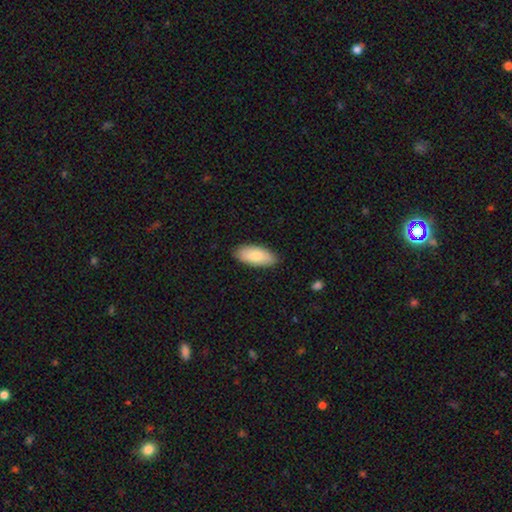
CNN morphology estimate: type=smooth (79%); roundness=in between (90%); merging=none (88%).